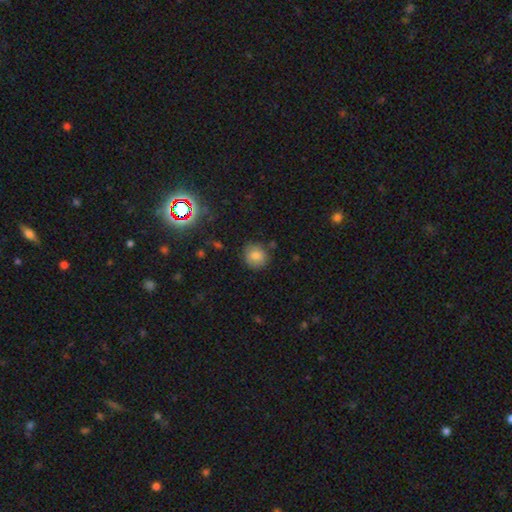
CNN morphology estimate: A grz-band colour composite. It shows a smooth galaxy with no disk features (81%) that is round (86%). Merging: none (80%).